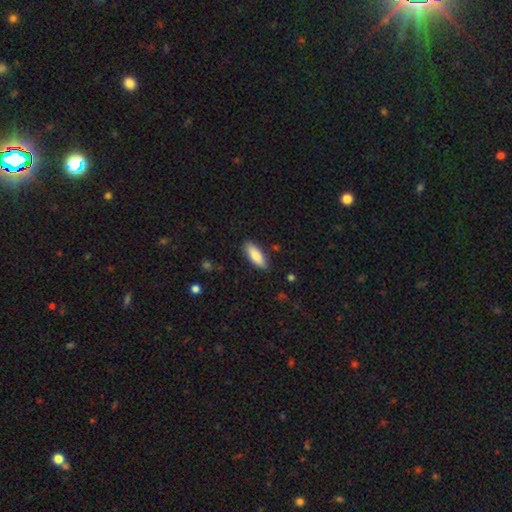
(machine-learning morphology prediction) smooth-or-featured: smooth: 85% | featured or disk: 10% | star or artifact: 6%
  how-rounded: in between: 69% | cigar-shaped: 29% | round: 2%
  merging: none: 87% | minor disturbance: 10% | major disturbance: 2% | merger: 1%